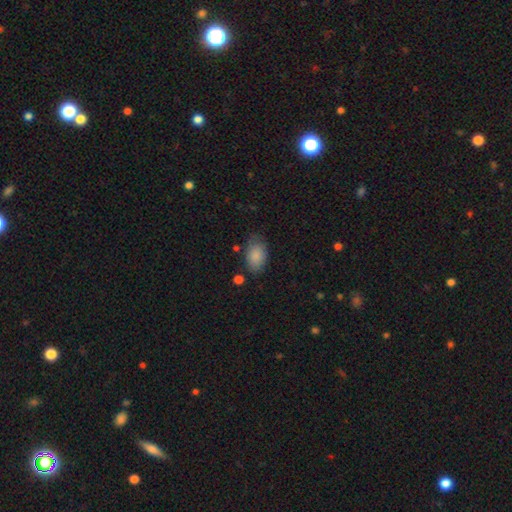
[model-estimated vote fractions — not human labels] Overall: smooth (87%). How rounded: in between (91%). Merging: none (69%).